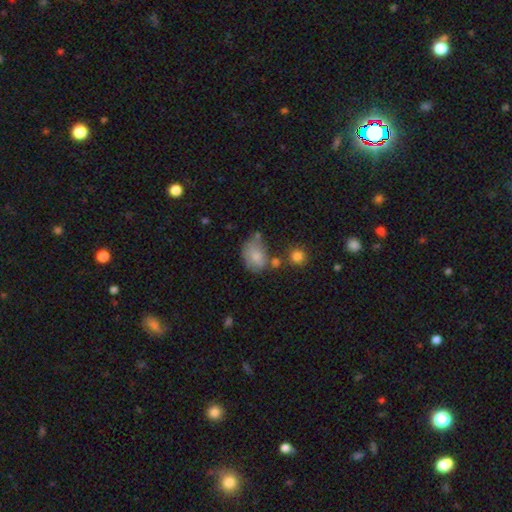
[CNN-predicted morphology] A smooth galaxy with no disk features (77%) that is in between round and cigar-shaped (70%).

Vote fractions:
- Smooth or featured? smooth: 77% / featured or disk: 14% / star or artifact: 9%
- How rounded? in between: 70% / round: 29% / cigar-shaped: 1%
- Merging? none: 45% / minor disturbance: 29% / merger: 14% / major disturbance: 13%